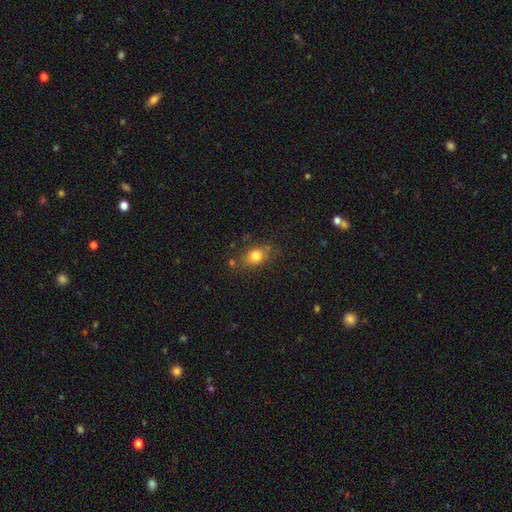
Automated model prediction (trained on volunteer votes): Q: Smooth or featured?
A: smooth (78%); runner-up: featured or disk (11%)
Q: How rounded?
A: in between (71%); runner-up: round (25%)
Q: Merging?
A: none (71%); runner-up: minor disturbance (19%)